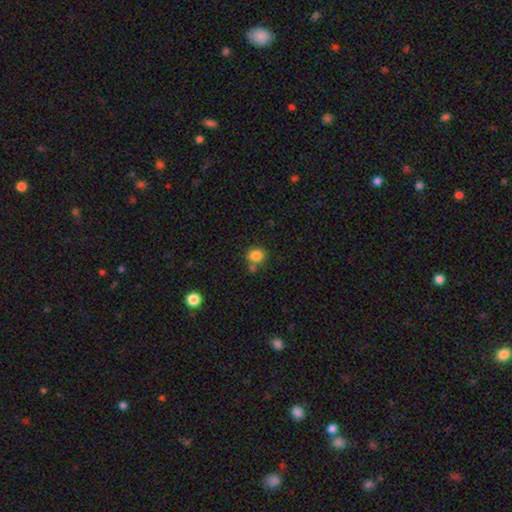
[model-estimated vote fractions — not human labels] This is clearly a smooth galaxy (84%). How rounded: clearly round (80%). Merging: likely none (66%).